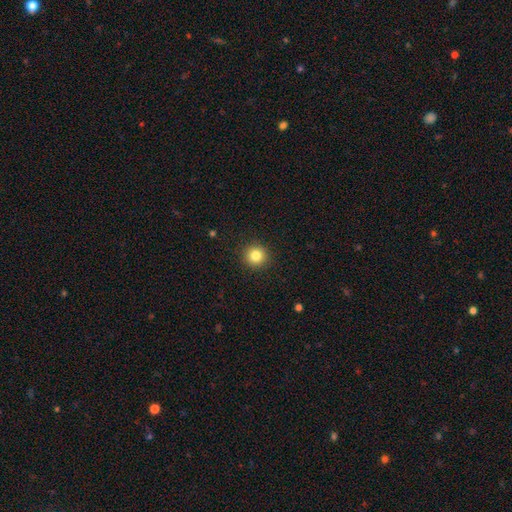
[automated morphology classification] type=smooth (83%); roundness=round (95%); merging=none (92%).